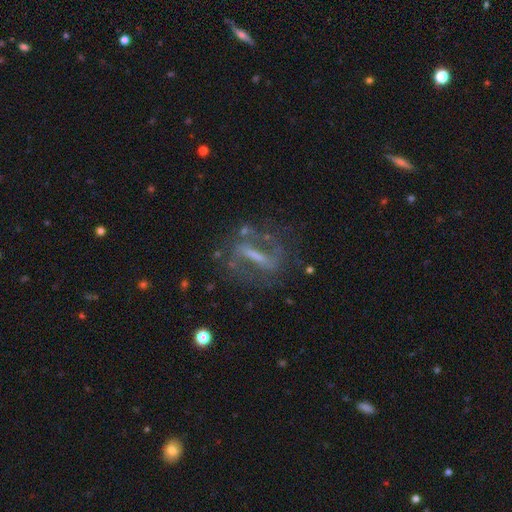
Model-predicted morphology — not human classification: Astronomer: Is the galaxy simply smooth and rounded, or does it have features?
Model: featured or disk — 76%.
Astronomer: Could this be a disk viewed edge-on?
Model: no — 80%.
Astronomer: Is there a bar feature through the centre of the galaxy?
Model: strong — 71%.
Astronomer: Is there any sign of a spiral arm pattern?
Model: yes — 73%.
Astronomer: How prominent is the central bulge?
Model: none — 37% (runner-up: small, 32%).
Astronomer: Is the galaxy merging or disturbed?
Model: none — 67%.